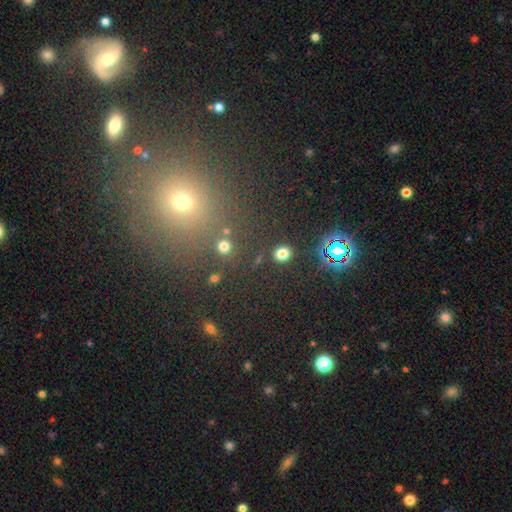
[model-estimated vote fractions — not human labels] smooth_or_featured: star or artifact (p=0.47) [alt: smooth p=0.44]